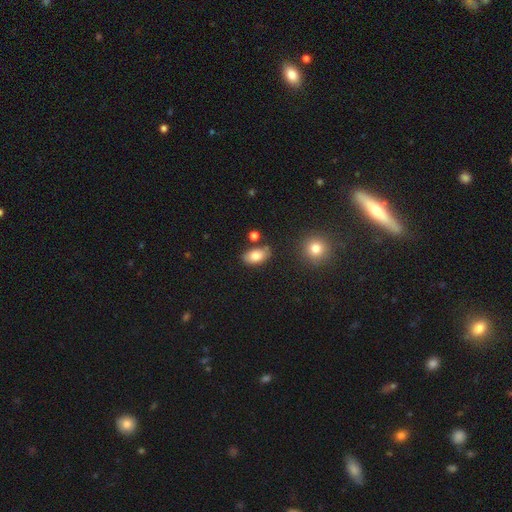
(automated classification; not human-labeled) This appears to be a smooth galaxy with no disk features (82%) that is in between round and cigar-shaped (91%). Merging: none (78%).